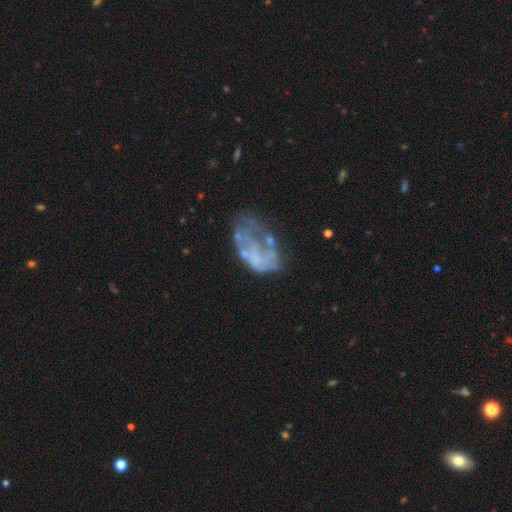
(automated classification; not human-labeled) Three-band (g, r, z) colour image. It shows a featured or disk galaxy (61%) with no bar (88%), no spiral arms (86%) and no central bulge (74%). Merging: major disturbance (35%).